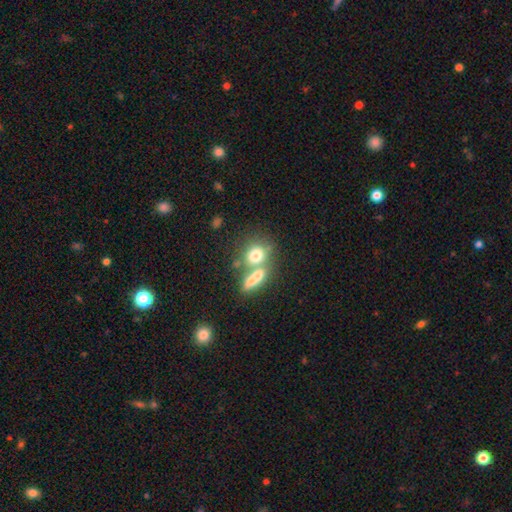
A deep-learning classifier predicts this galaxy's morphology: Q: Smooth or featured?
A: smooth (72%); runner-up: featured or disk (18%)
Q: How rounded?
A: round (66%); runner-up: in between (31%)
Q: Merging?
A: merger (50%); runner-up: none (37%)